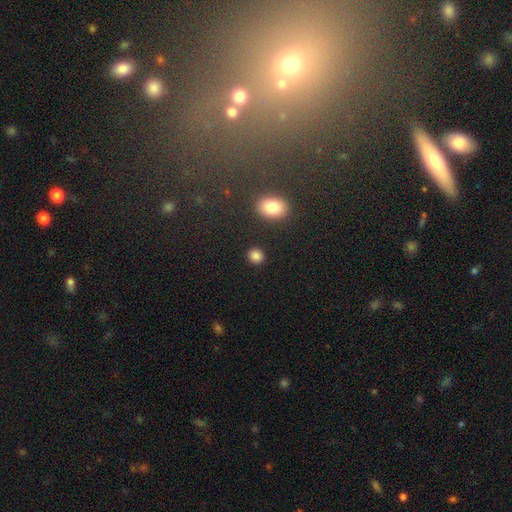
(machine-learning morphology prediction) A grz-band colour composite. It shows a smooth galaxy with no disk features (86%) that is round (78%). Merging: none (88%).